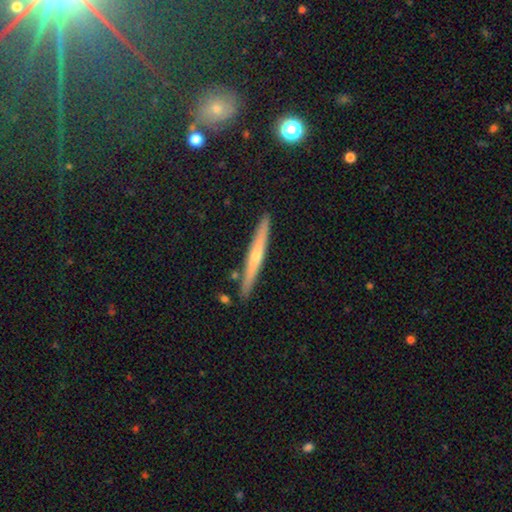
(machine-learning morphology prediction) Q: Smooth or featured?
A: featured or disk (54%); runner-up: smooth (39%)
Q: Edge-on disk?
A: yes (96%); runner-up: no (4%)
Q: Edge-on bulge?
A: rounded (54%); runner-up: none (41%)
Q: Merging?
A: none (89%); runner-up: minor disturbance (7%)